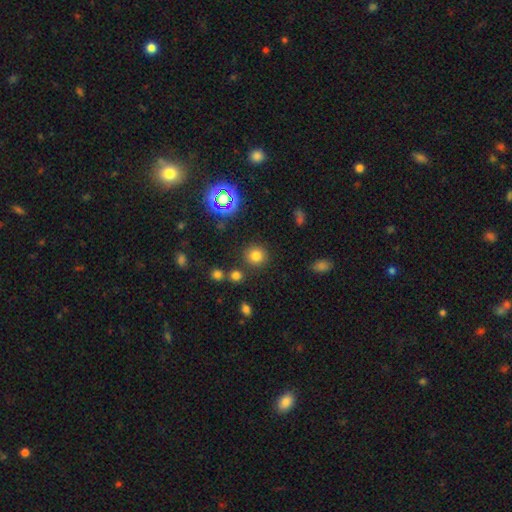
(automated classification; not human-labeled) Smooth or featured: smooth — 75% (star or artifact — 19%)
How rounded: round — 91% (in between — 8%)
Merging: none — 85% (minor disturbance — 7%)